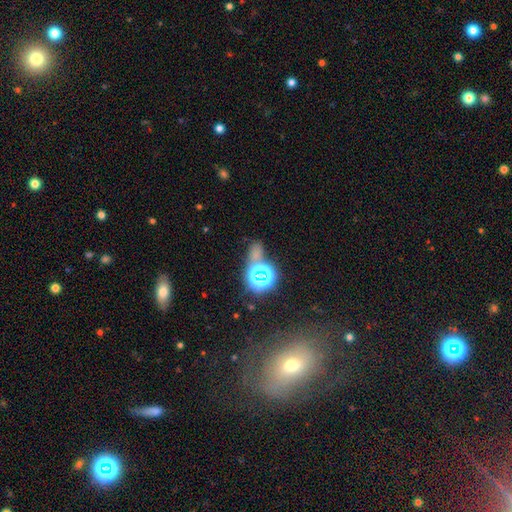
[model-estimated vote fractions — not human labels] This appears to be a star or artifact, not a galaxy (60%).